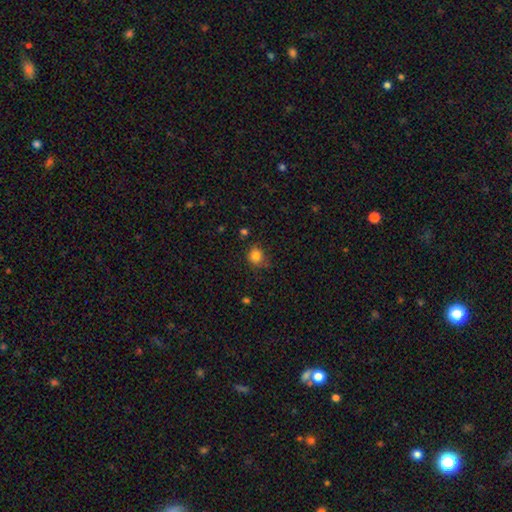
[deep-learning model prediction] smooth-or-featured: smooth: 83% | star or artifact: 12% | featured or disk: 6%
  how-rounded: round: 76% | in between: 23% | cigar-shaped: 1%
  merging: none: 64% | minor disturbance: 27% | major disturbance: 7% | merger: 2%